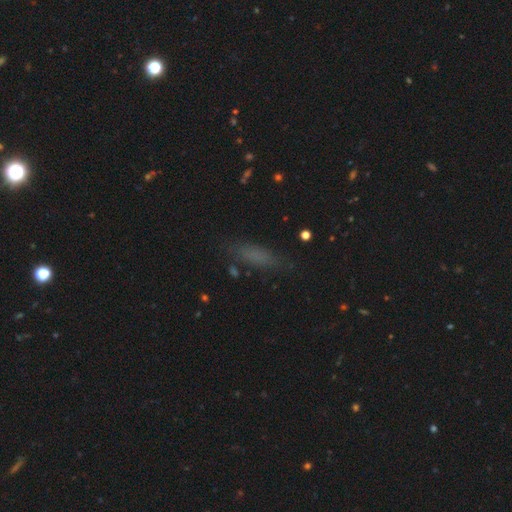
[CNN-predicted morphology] smooth_or_featured: smooth (p=0.68) [alt: star or artifact p=0.16]
how_rounded: cigar-shaped (p=0.57) [alt: in between p=0.40]
merging: none (p=0.74) [alt: minor disturbance p=0.16]